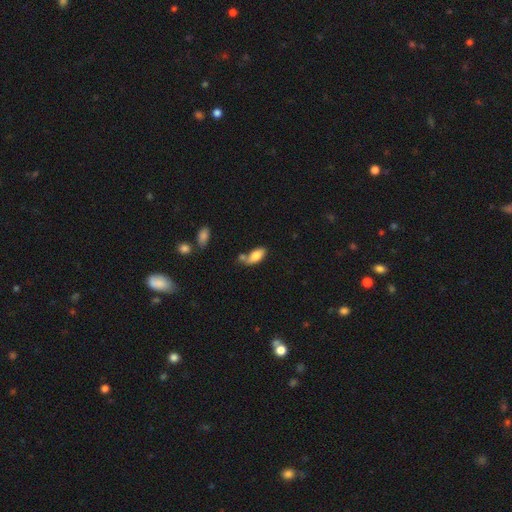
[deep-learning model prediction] Overall: smooth (79%). How rounded: in between (89%). Merging: none (47%; merger 26%).